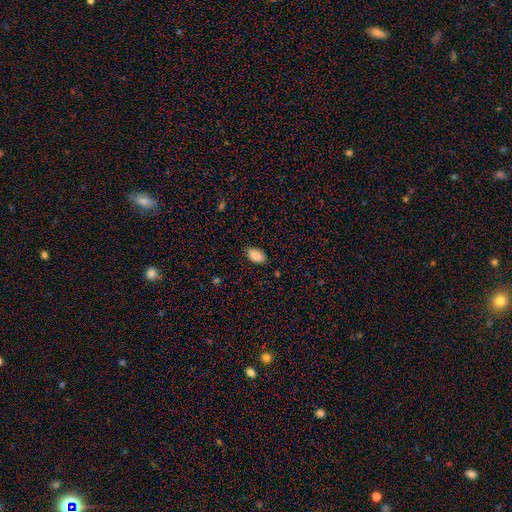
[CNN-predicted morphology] Q: Smooth or featured?
A: smooth (89%); runner-up: star or artifact (8%)
Q: How rounded?
A: in between (93%); runner-up: round (5%)
Q: Merging?
A: none (85%); runner-up: minor disturbance (12%)